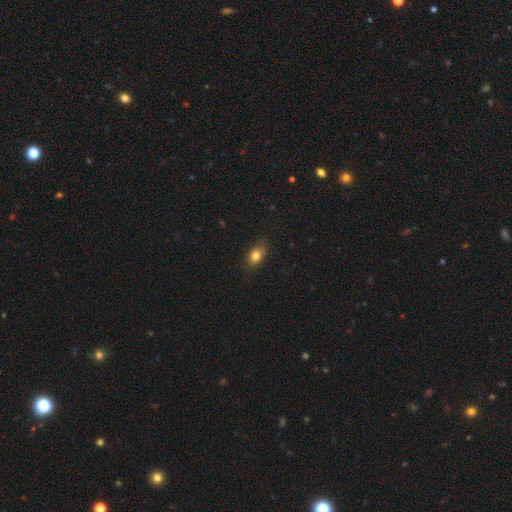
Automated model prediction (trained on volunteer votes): A smooth galaxy with no disk features (80%) that is in between round and cigar-shaped (72%). Merging: none (78%).